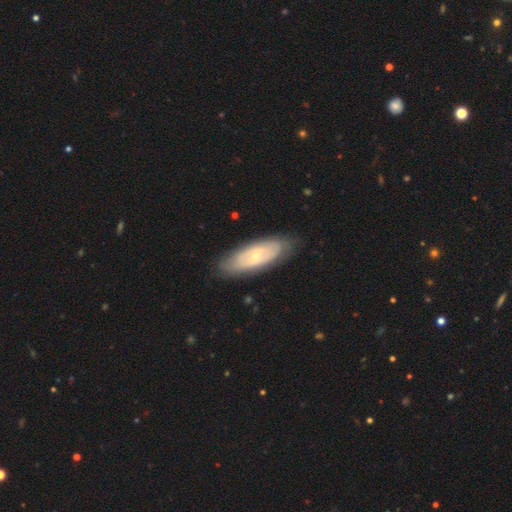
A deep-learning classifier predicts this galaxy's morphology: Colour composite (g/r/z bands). It shows a featured or disk galaxy (57%). Merging: none (82%).